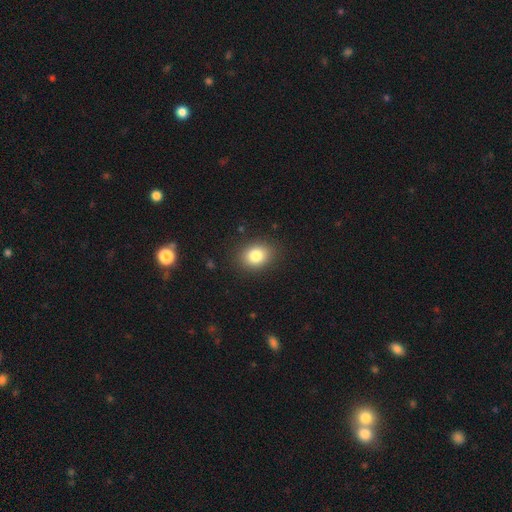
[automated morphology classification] This appears to be a smooth galaxy with no disk features (82%) that is in between round and cigar-shaped (51%). Merging: none (87%).